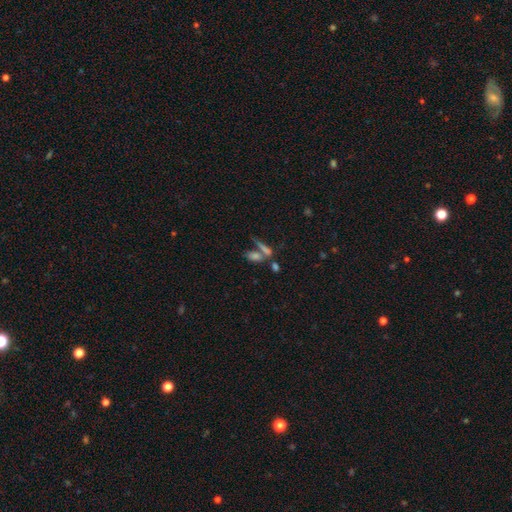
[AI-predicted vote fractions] Smooth or featured: smooth — 53% (featured or disk — 26%)
How rounded: in between — 50% (cigar-shaped — 39%)
Merging: none — 43% (merger — 41%)